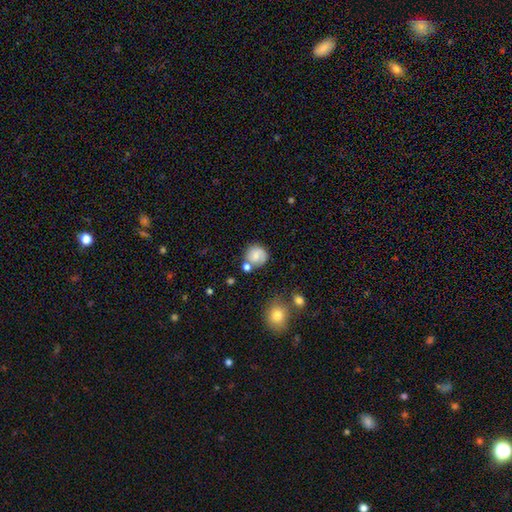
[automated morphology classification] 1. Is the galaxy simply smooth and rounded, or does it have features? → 64% smooth, 27% featured or disk, 9% star or artifact.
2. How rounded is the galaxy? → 84% round, 15% in between, 1% cigar-shaped.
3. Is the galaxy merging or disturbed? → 60% none, 19% minor disturbance, 15% merger, 7% major disturbance.